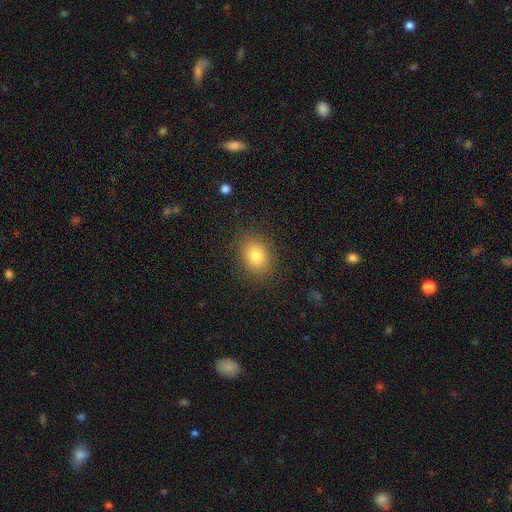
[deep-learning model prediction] This appears to be a smooth galaxy with no disk features (80%) that is in between round and cigar-shaped (52%). Merging: none (86%).